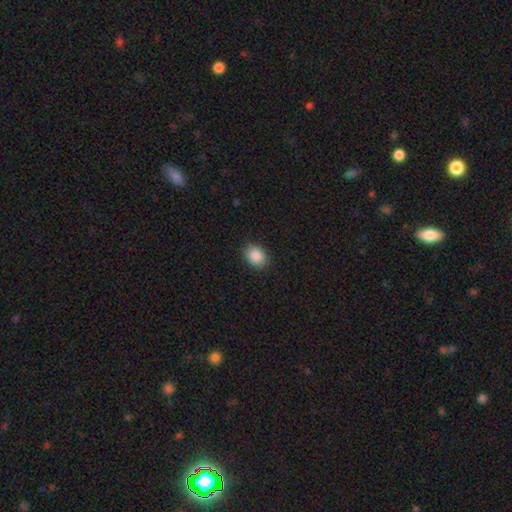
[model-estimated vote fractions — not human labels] Morphology: type=smooth (88%); roundness=in between (71%); merging=none (87%).